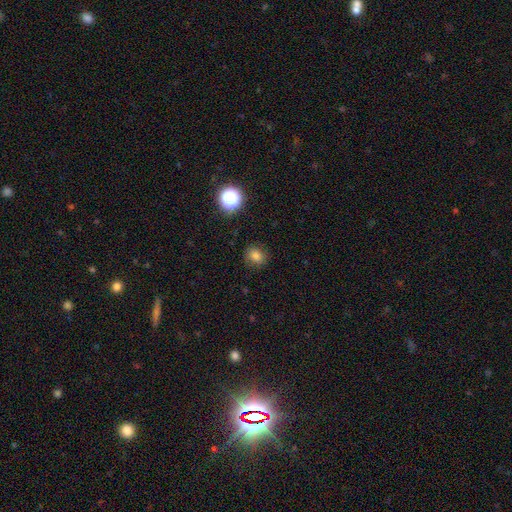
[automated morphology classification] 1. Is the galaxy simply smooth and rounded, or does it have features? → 78% smooth, 16% star or artifact, 6% featured or disk.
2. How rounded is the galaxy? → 72% round, 27% in between, 1% cigar-shaped.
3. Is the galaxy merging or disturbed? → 84% none, 12% minor disturbance, 3% major disturbance, 1% merger.